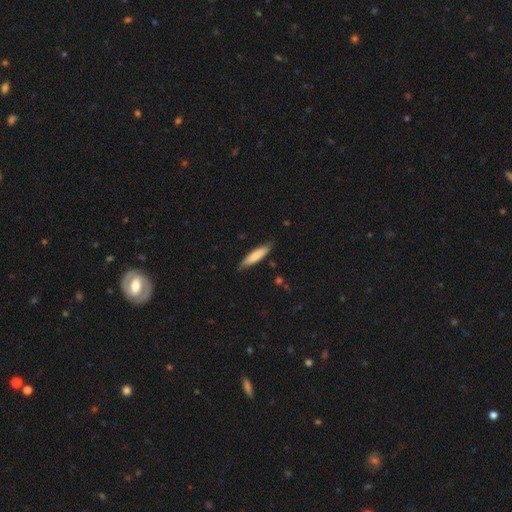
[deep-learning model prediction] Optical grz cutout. It shows a smooth galaxy with no disk features (76%) that is cigar-shaped (77%). Merging: none (82%).